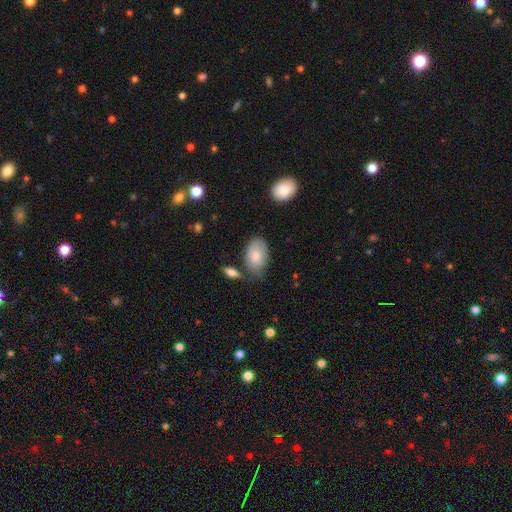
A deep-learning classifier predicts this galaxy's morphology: Q: Smooth or featured?
A: smooth (79%); runner-up: featured or disk (15%)
Q: How rounded?
A: in between (92%); runner-up: round (6%)
Q: Merging?
A: none (60%); runner-up: minor disturbance (27%)